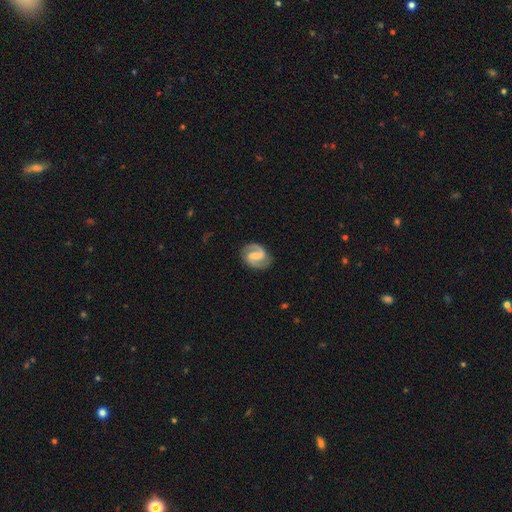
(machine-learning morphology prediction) This appears to be a featured or disk galaxy (89%) with a weak bar (50%), 2 (93%) medium (57%) spiral arms (97%) and a moderate central bulge (41%). Merging: none (85%).